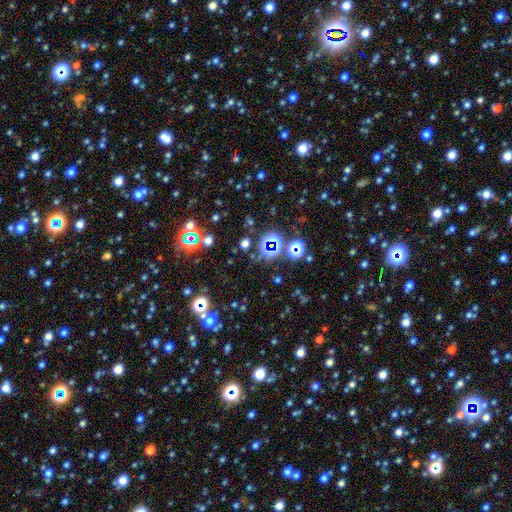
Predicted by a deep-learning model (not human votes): This appears to be a star or artifact, not a galaxy (73%).